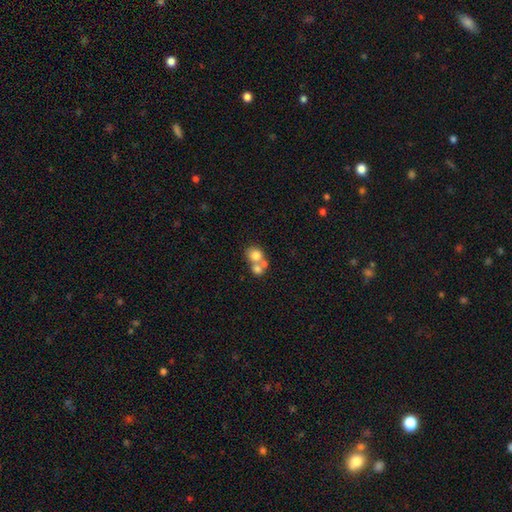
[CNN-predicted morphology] Q: Smooth or featured?
A: smooth (71%); runner-up: featured or disk (19%)
Q: How rounded?
A: round (75%); runner-up: in between (24%)
Q: Merging?
A: merger (59%); runner-up: none (31%)